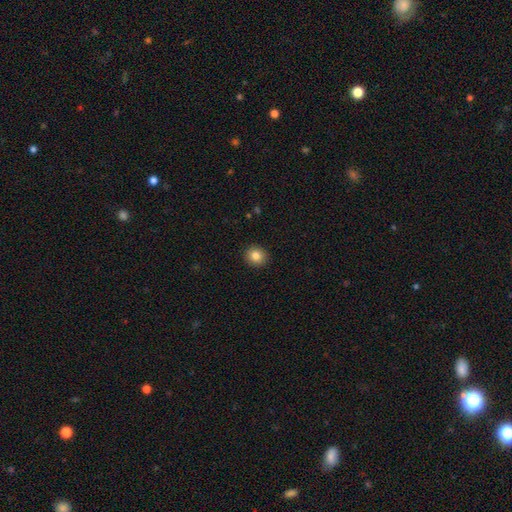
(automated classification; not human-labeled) Smooth or featured?
  - smooth: 84% *
  - star or artifact: 10%
  - featured or disk: 6%
How rounded?
  - round: 84% *
  - in between: 15%
  - cigar-shaped: 1%
Merging?
  - none: 92% *
  - minor disturbance: 5%
  - major disturbance: 2%
  - merger: 1%